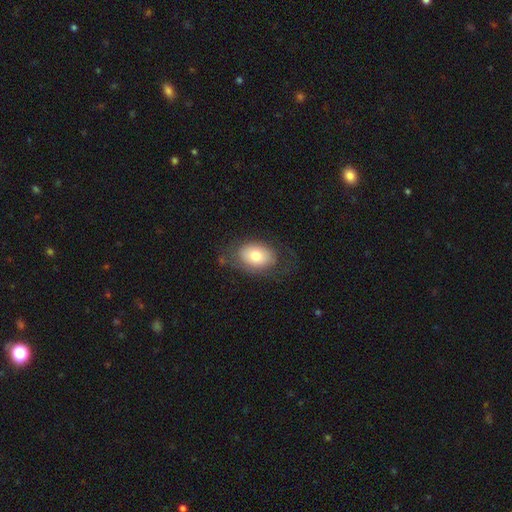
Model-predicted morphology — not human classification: smooth-or-featured: smooth: 70% | featured or disk: 23% | star or artifact: 7%
  how-rounded: in between: 85% | round: 14% | cigar-shaped: 1%
  merging: none: 64% | minor disturbance: 21% | major disturbance: 14% | merger: 2%